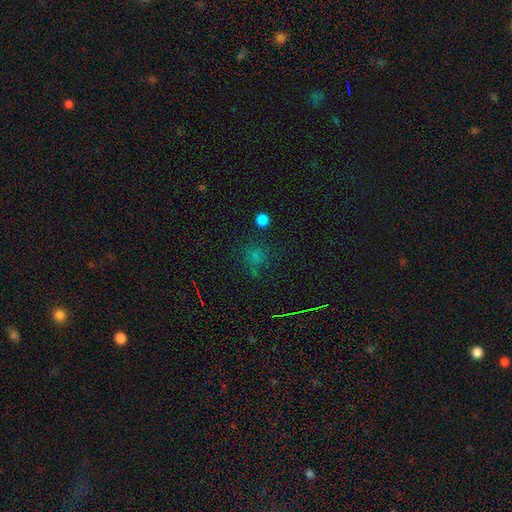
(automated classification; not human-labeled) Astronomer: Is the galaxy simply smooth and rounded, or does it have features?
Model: smooth — 58% (runner-up: star or artifact, 34%).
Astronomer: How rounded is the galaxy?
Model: round — 83%.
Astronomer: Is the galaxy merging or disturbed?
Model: none — 73%.